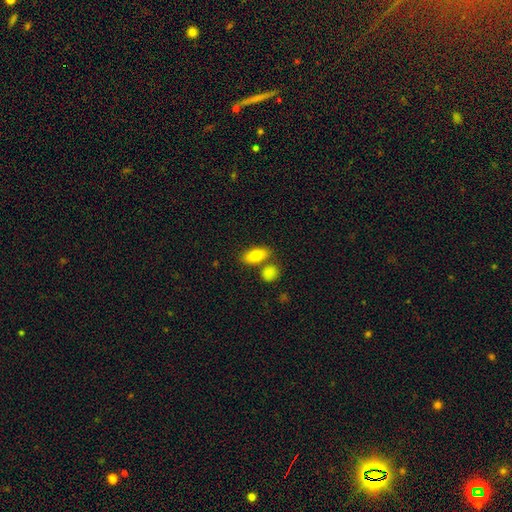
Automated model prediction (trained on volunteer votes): smooth-or-featured: smooth: 79% | featured or disk: 14% | star or artifact: 7%
  how-rounded: in between: 84% | cigar-shaped: 11% | round: 6%
  merging: none: 68% | merger: 17% | minor disturbance: 12% | major disturbance: 3%